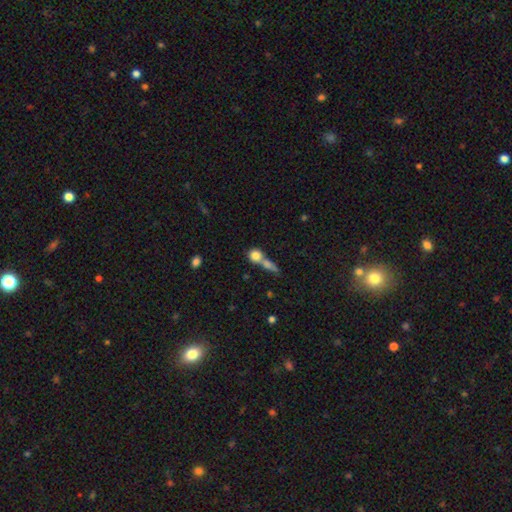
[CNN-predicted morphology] The model was most divided on "merging": merger: 52%, none: 35%, minor disturbance: 8%, major disturbance: 6%. More confident: how rounded — round (79%); smooth or featured — smooth (78%).